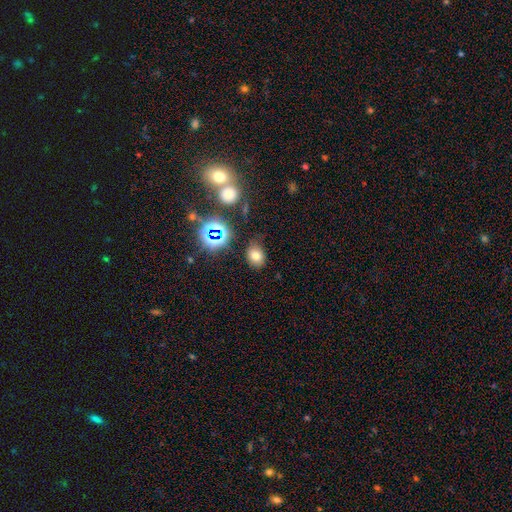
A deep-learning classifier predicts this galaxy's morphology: Smooth or featured? Predicted: smooth (p=0.70). How rounded? Predicted: in between (p=0.56). Merging? Predicted: none (p=0.79).